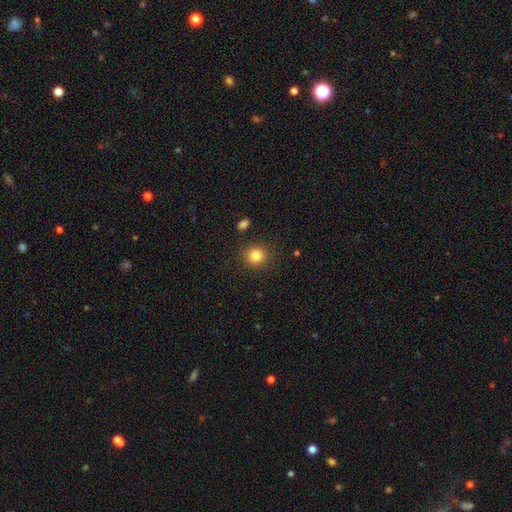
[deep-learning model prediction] Smooth or featured? Predicted: smooth (p=0.83). How rounded? Predicted: round (p=0.90). Merging? Predicted: none (p=0.89).